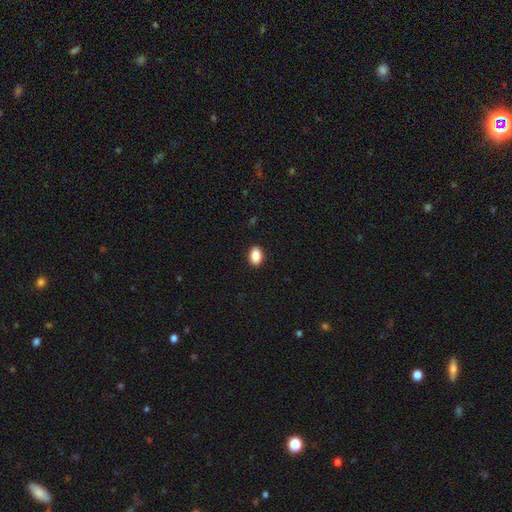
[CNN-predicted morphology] Smooth or featured? smooth (87%)
How rounded? in between (86%)
Merging? none (90%)